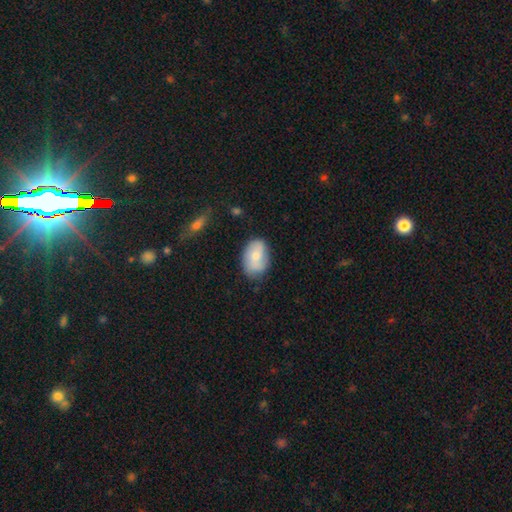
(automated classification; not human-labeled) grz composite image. It shows a smooth galaxy with no disk features (64%) that is in between round and cigar-shaped (82%). Merging: none (71%).